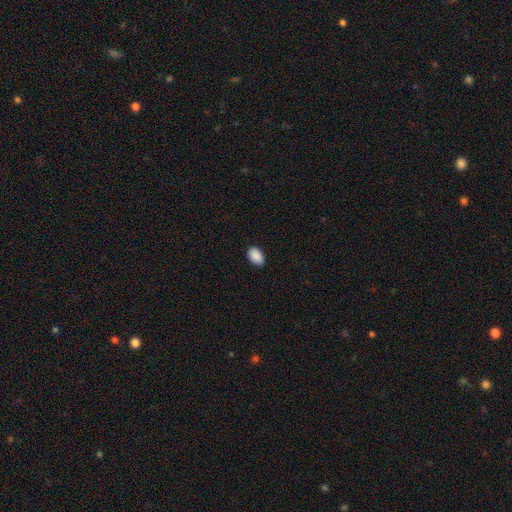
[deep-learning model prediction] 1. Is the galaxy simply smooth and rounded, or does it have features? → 91% smooth, 7% star or artifact, 3% featured or disk.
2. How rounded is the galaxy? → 89% in between, 10% round, 1% cigar-shaped.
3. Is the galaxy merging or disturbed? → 89% none, 9% minor disturbance, 2% major disturbance, 1% merger.